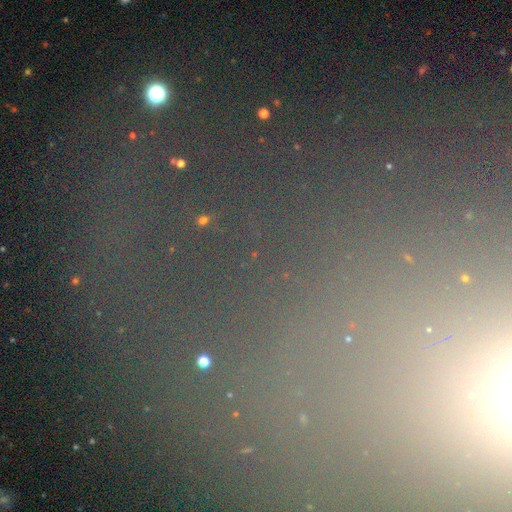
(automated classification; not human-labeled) smooth_or_featured: star or artifact (p=0.64) [alt: smooth p=0.22]